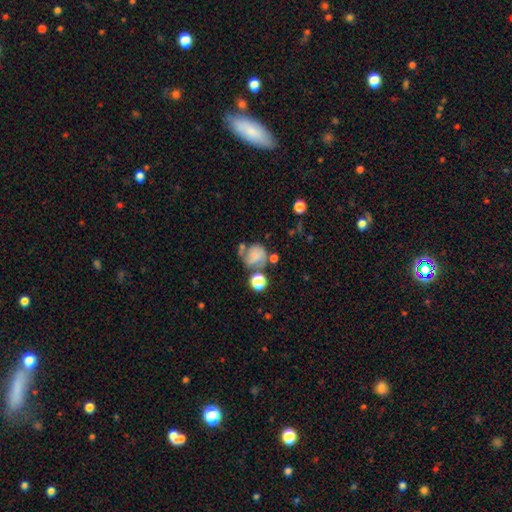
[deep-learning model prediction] smooth_or_featured: smooth (p=0.53) [alt: featured or disk p=0.36]
how_rounded: round (p=0.73) [alt: in between p=0.26]
merging: none (p=0.39) [alt: merger p=0.22]